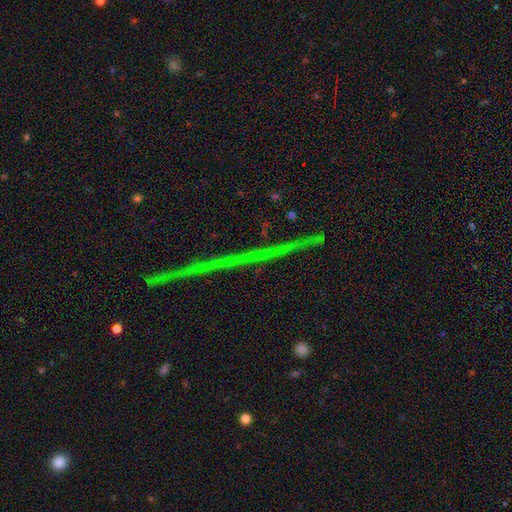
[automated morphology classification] Q: Smooth or featured?
A: star or artifact (68%); runner-up: featured or disk (23%)